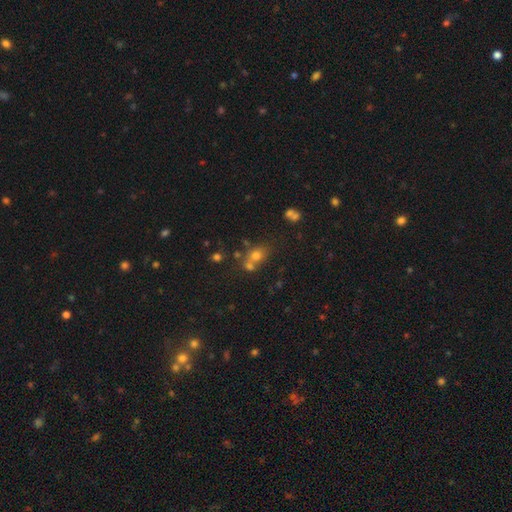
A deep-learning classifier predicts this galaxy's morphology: Smooth or featured: smooth — 66% (star or artifact — 19%)
How rounded: round — 64% (in between — 34%)
Merging: none — 44% (merger — 40%)